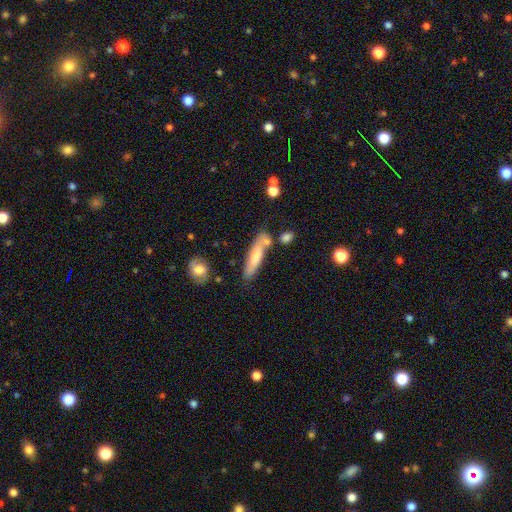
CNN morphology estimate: Smooth or featured? smooth (67%)
How rounded? cigar-shaped (77%)
Merging? none (63%)